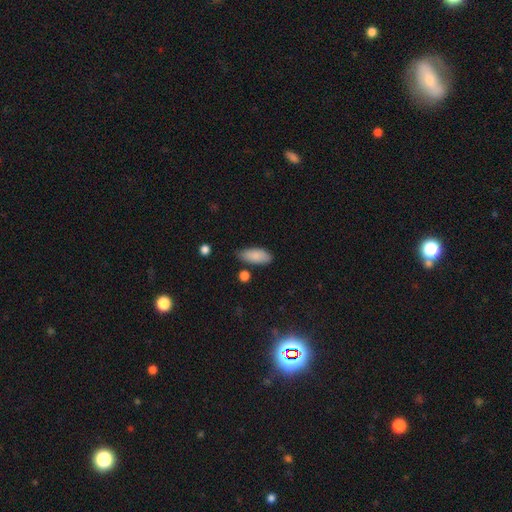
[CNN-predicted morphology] Smooth or featured: smooth — 87% (star or artifact — 7%)
How rounded: in between — 83% (cigar-shaped — 14%)
Merging: none — 71% (minor disturbance — 21%)